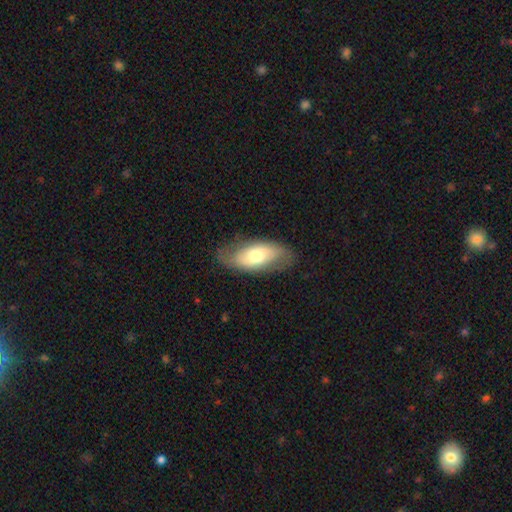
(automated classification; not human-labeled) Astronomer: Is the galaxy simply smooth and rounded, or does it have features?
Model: smooth — 52% (runner-up: featured or disk, 42%).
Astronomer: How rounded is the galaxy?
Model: in between — 89%.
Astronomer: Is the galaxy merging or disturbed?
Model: none — 75%.